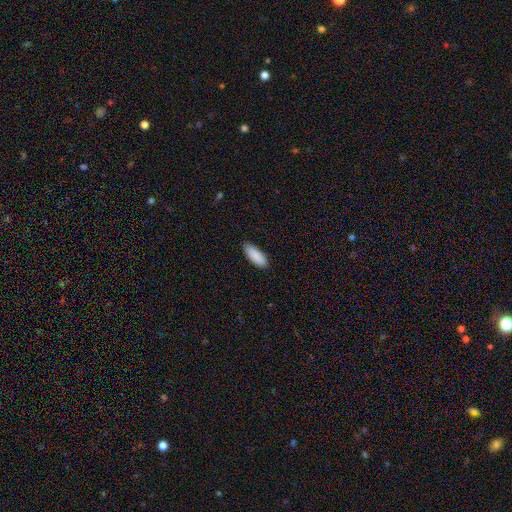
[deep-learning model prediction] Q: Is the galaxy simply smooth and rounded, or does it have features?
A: smooth — 90%.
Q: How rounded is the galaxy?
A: in between — 71%.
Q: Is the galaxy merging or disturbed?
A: none — 89%.